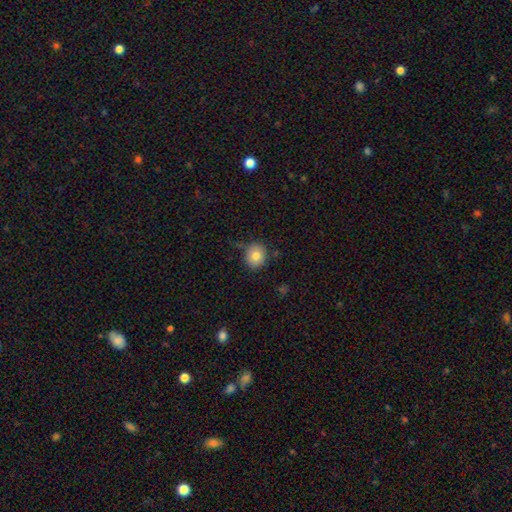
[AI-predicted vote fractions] Overall: smooth (79%). How rounded: round (79%). Merging: none (77%).